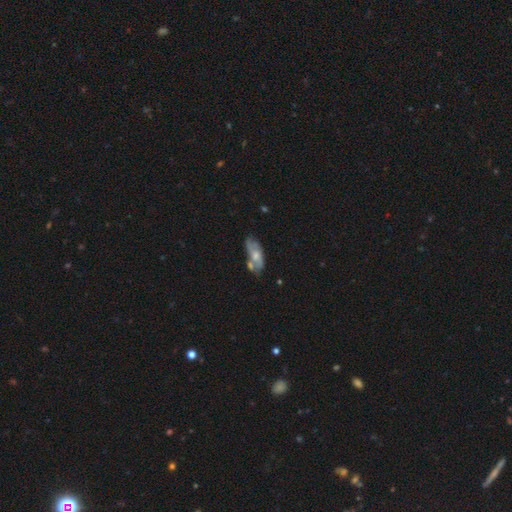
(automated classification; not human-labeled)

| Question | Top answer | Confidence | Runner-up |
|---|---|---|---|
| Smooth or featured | featured or disk | 47% | smooth (46%) |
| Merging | none | 43% | merger (24%) |